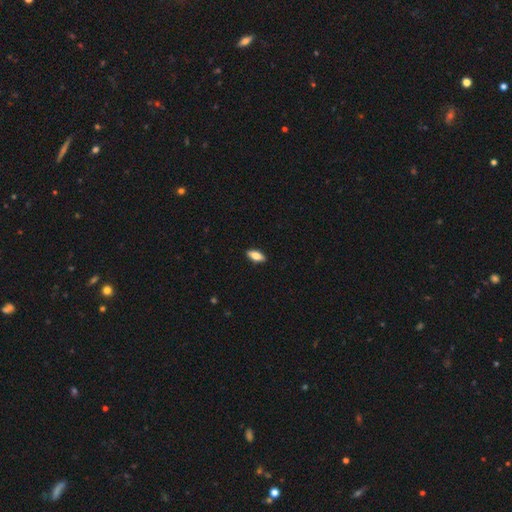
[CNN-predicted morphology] This is likely a smooth galaxy (76%). How rounded: clearly in between (84%). Merging: clearly none (90%).